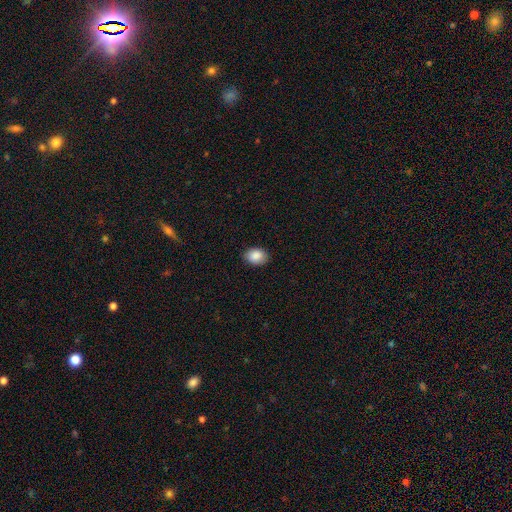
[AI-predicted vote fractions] Smooth or featured? smooth (88%)
How rounded? in between (69%)
Merging? none (86%)